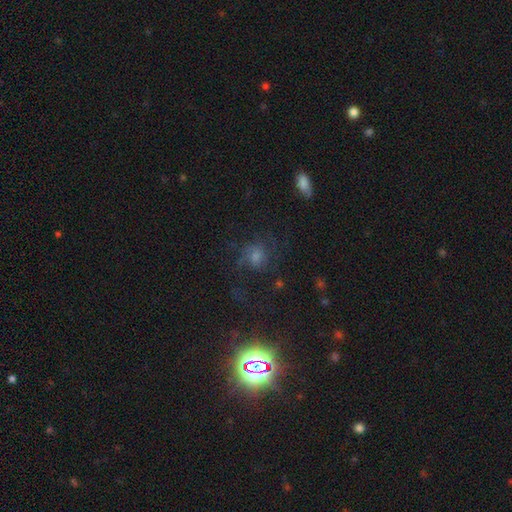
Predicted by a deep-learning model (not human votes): A featured or disk galaxy (39%). Merging: none (62%).